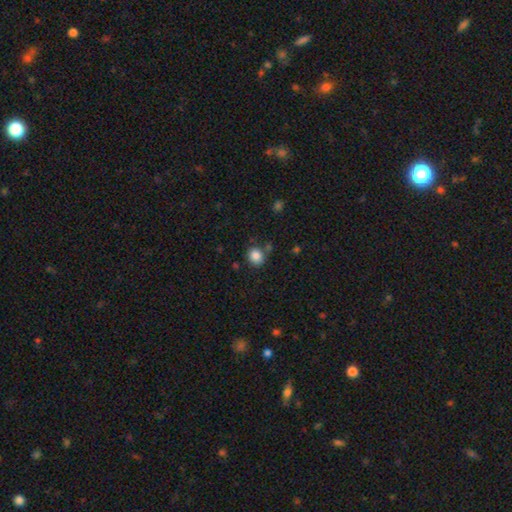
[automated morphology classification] smooth_or_featured: smooth (p=0.85) [alt: star or artifact p=0.10]
how_rounded: round (p=0.75) [alt: in between p=0.24]
merging: none (p=0.78) [alt: minor disturbance p=0.11]